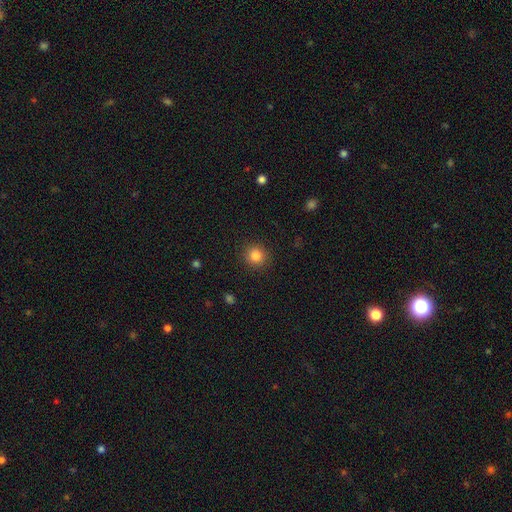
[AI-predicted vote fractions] Smooth or featured: smooth — 83% (star or artifact — 12%)
How rounded: round — 90% (in between — 9%)
Merging: none — 90% (minor disturbance — 6%)